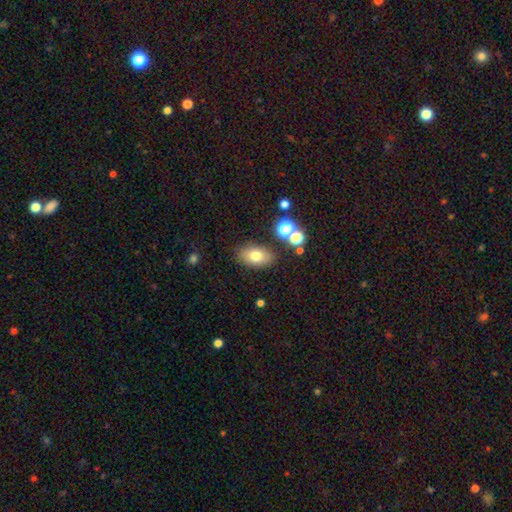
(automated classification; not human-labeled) This is likely a smooth galaxy (75%). How rounded: clearly in between (86%). Merging: clearly none (82%).